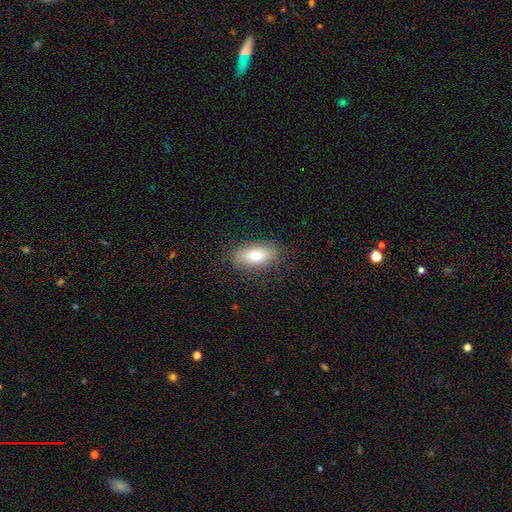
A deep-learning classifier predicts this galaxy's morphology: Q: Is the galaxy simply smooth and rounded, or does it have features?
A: smooth — 76%.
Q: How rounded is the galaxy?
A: in between — 87%.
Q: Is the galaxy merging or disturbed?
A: none — 84%.